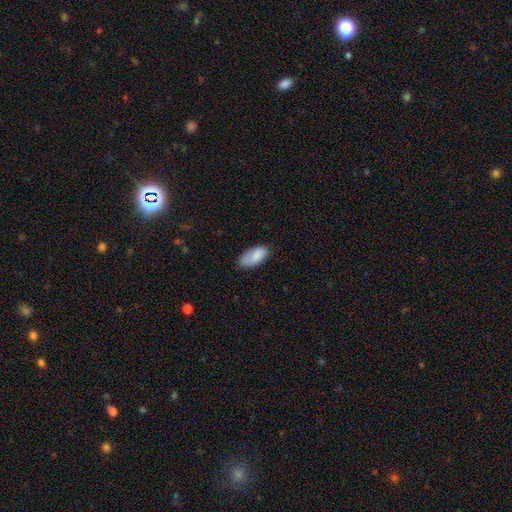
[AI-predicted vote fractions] A smooth galaxy with no disk features (85%) that is in between round and cigar-shaped (92%). Merging: none (69%).